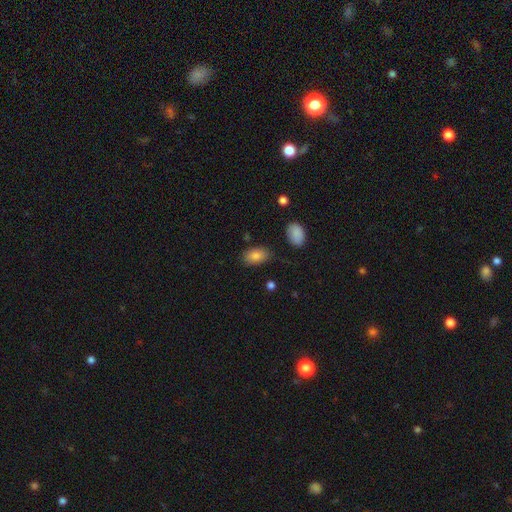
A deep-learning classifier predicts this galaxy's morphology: Smooth or featured? smooth (83%)
How rounded? in between (92%)
Merging? none (78%)